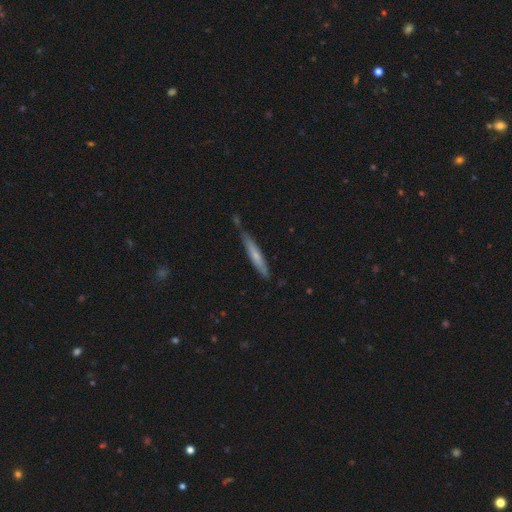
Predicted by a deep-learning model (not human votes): Smooth or featured: smooth — 56% (featured or disk — 38%)
How rounded: cigar-shaped — 94% (in between — 5%)
Merging: none — 72% (minor disturbance — 20%)